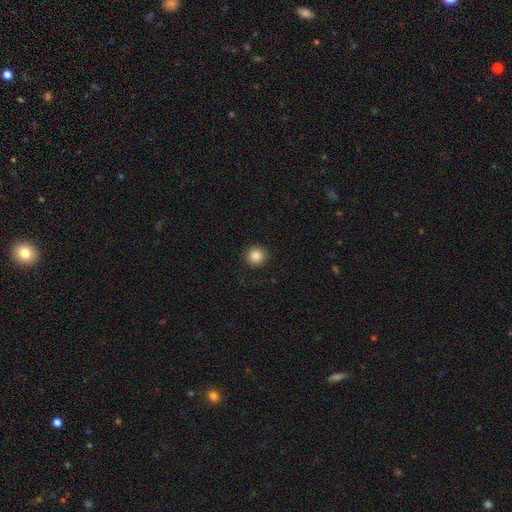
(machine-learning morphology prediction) smooth_or_featured: smooth (p=0.87) [alt: star or artifact p=0.10]
how_rounded: round (p=0.92) [alt: in between p=0.07]
merging: none (p=0.90) [alt: minor disturbance p=0.07]